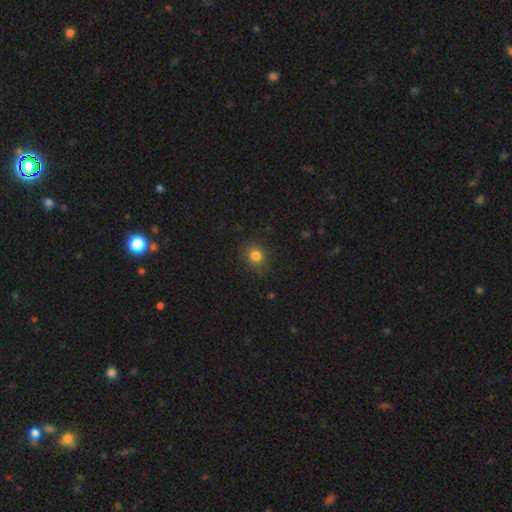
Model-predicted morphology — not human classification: type=smooth (82%); roundness=round (79%); merging=none (81%).